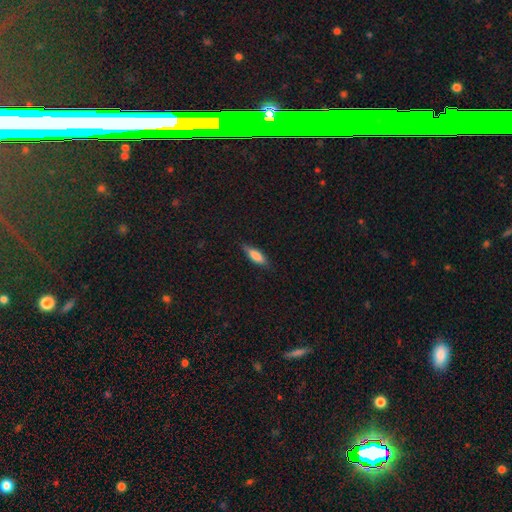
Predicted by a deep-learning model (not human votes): smooth-or-featured: smooth: 76% | featured or disk: 17% | star or artifact: 7%
  how-rounded: in between: 50% | cigar-shaped: 48% | round: 2%
  merging: none: 79% | minor disturbance: 16% | major disturbance: 3% | merger: 1%